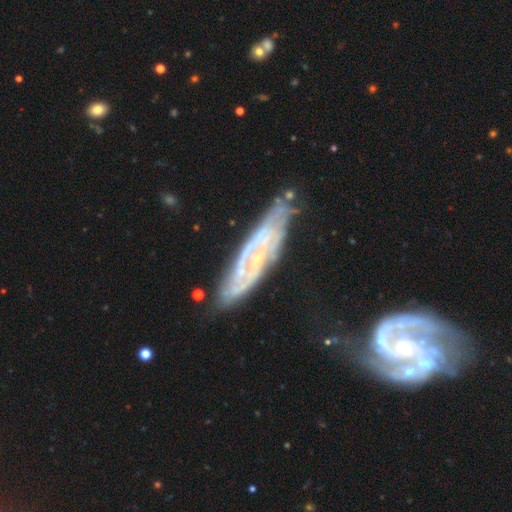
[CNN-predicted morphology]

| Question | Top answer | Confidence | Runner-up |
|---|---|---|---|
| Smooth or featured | featured or disk | 84% | smooth (10%) |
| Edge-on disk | no | 82% | yes (18%) |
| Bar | no | 47% | weak (37%) |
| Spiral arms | yes | 92% | no (8%) |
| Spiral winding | tight | 50% | medium (38%) |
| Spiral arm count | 2 | 51% | can't tell (28%) |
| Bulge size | small | 71% | moderate (16%) |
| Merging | none | 55% | minor disturbance (25%) |